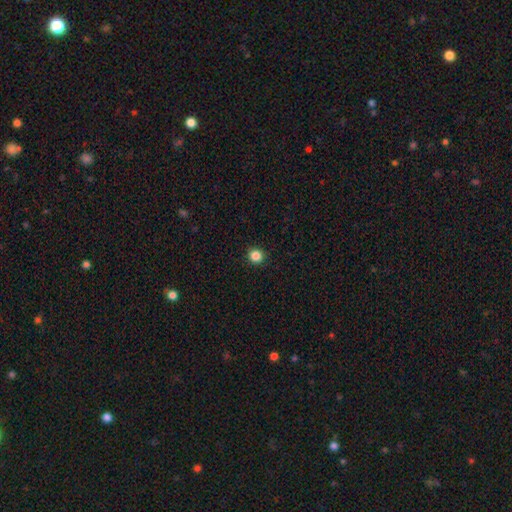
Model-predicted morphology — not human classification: This is clearly a smooth galaxy (85%). How rounded: clearly round (92%). Merging: clearly none (93%).